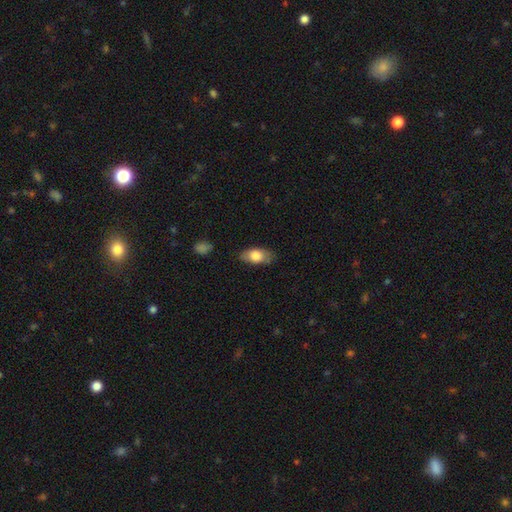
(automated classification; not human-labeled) A smooth galaxy with no disk features (77%) that is in between round and cigar-shaped (89%). Merging: none (72%).